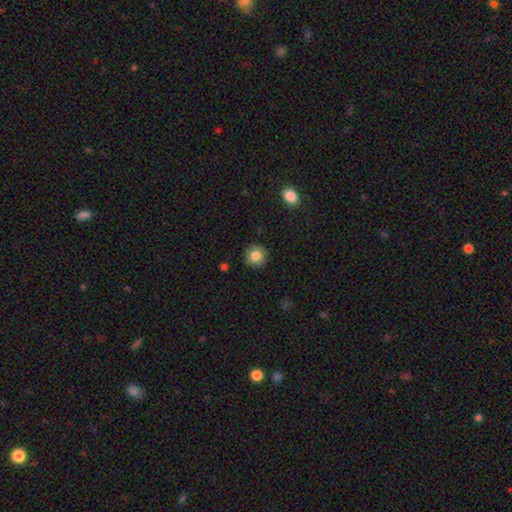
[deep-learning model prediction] A smooth galaxy with no disk features (82%) that is round (93%).

Vote fractions:
- Smooth or featured? smooth: 82% / star or artifact: 9% / featured or disk: 8%
- How rounded? round: 93% / in between: 6% / cigar-shaped: 1%
- Merging? none: 89% / minor disturbance: 7% / major disturbance: 2% / merger: 1%